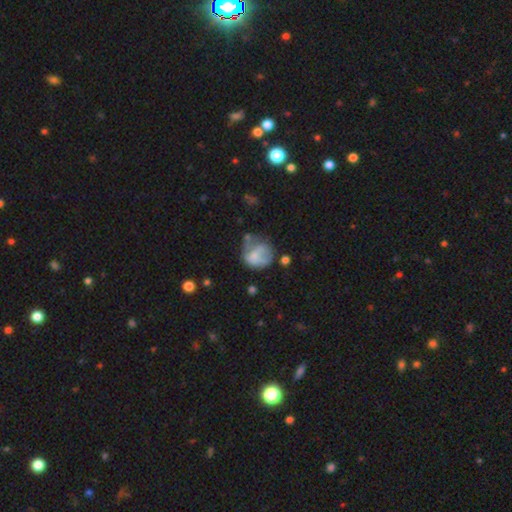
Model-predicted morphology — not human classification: Q: Smooth or featured?
A: smooth (58%); runner-up: featured or disk (32%)
Q: How rounded?
A: round (74%); runner-up: in between (25%)
Q: Merging?
A: none (36%); runner-up: major disturbance (29%)